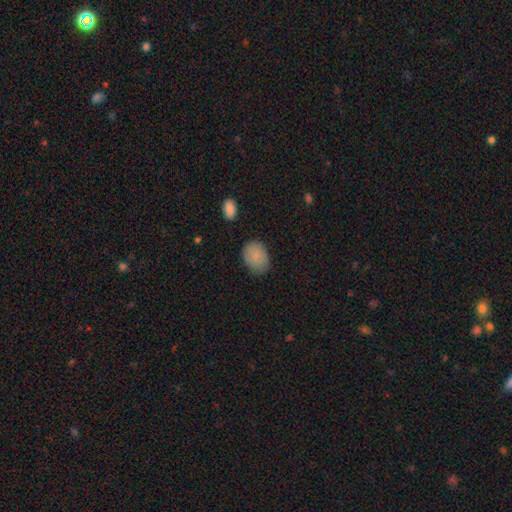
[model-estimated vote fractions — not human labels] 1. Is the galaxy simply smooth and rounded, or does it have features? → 86% smooth, 7% featured or disk, 7% star or artifact.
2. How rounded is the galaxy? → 69% in between, 30% round, 1% cigar-shaped.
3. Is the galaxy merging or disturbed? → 80% none, 15% minor disturbance, 4% major disturbance, 1% merger.